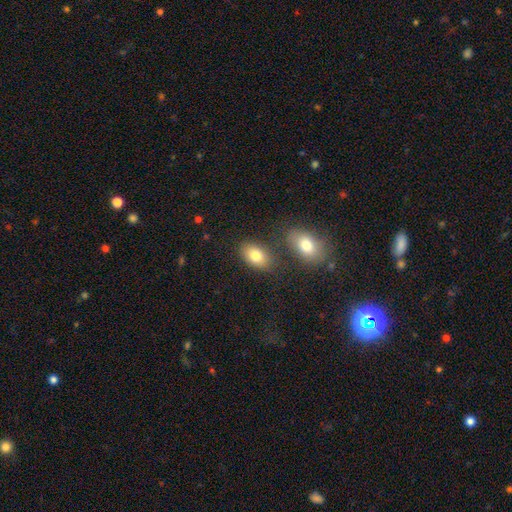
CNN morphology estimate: smooth_or_featured: smooth (p=0.81) [alt: featured or disk p=0.11]
how_rounded: in between (p=0.88) [alt: round p=0.11]
merging: none (p=0.75) [alt: minor disturbance p=0.11]